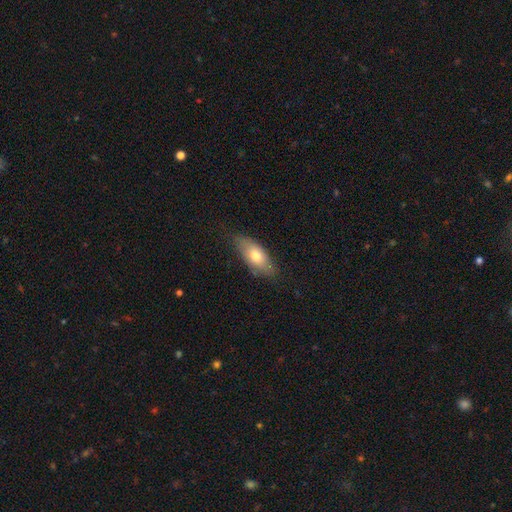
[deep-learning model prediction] smooth_or_featured: smooth (p=0.69) [alt: featured or disk p=0.24]
how_rounded: in between (p=0.83) [alt: cigar-shaped p=0.14]
merging: none (p=0.74) [alt: minor disturbance p=0.20]